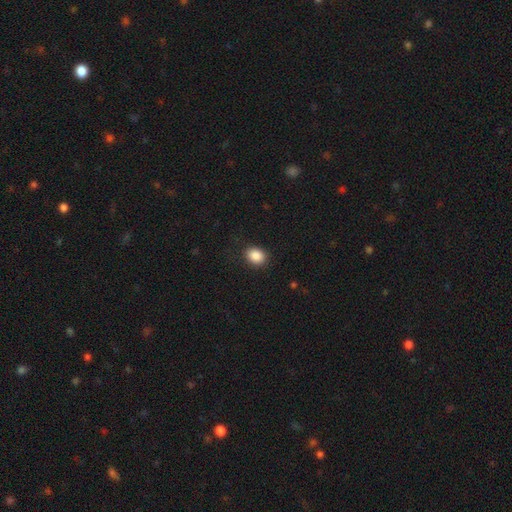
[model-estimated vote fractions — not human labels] The model was most divided on "how rounded": in between: 51%, round: 48%, cigar-shaped: 1%. More confident: smooth or featured — smooth (88%); merging — none (87%).